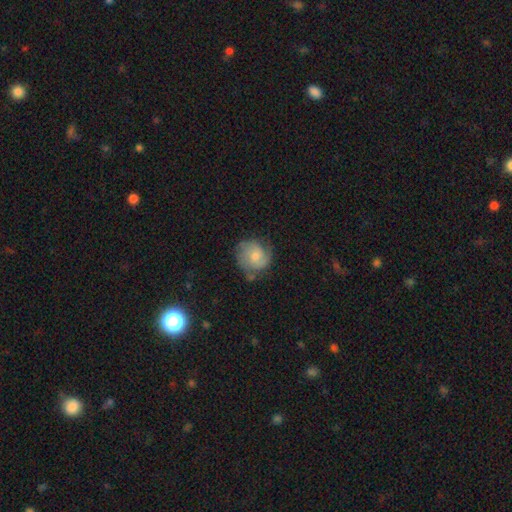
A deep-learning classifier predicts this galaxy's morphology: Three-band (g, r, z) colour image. It shows a featured or disk galaxy (61%) with no bar (71%), 2 (45%) tight (43%) spiral arms (89%) and a moderate central bulge (48%). Merging: none (62%).